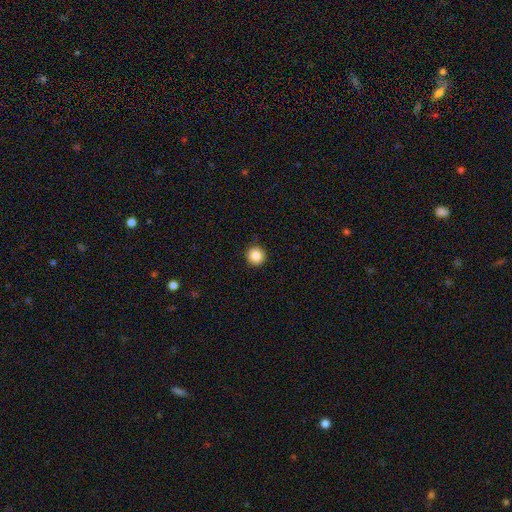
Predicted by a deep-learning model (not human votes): Smooth or featured?
  - smooth: 87% *
  - star or artifact: 10%
  - featured or disk: 4%
How rounded?
  - round: 96% *
  - in between: 3%
  - cigar-shaped: 1%
Merging?
  - none: 92% *
  - minor disturbance: 5%
  - major disturbance: 2%
  - merger: 1%